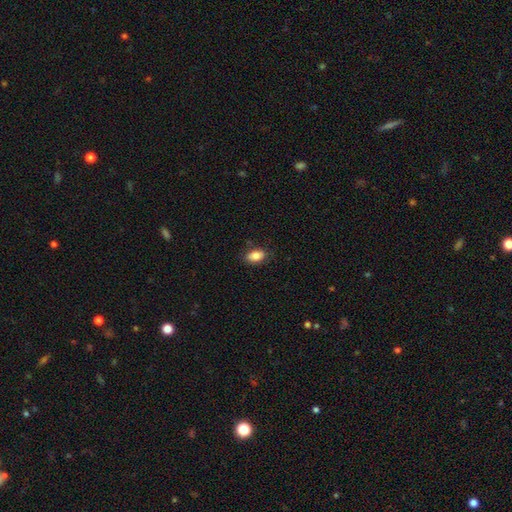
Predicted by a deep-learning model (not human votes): This is clearly a smooth galaxy (84%). How rounded: clearly in between (89%). Merging: clearly none (82%).